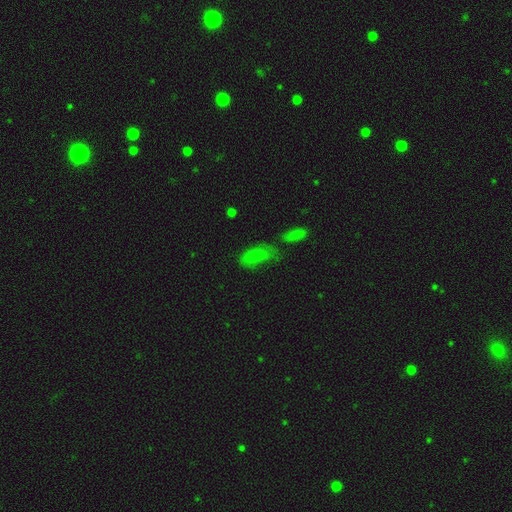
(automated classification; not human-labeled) Overall: smooth (71%). How rounded: in between (83%). Merging: none (38%; minor disturbance 24%).